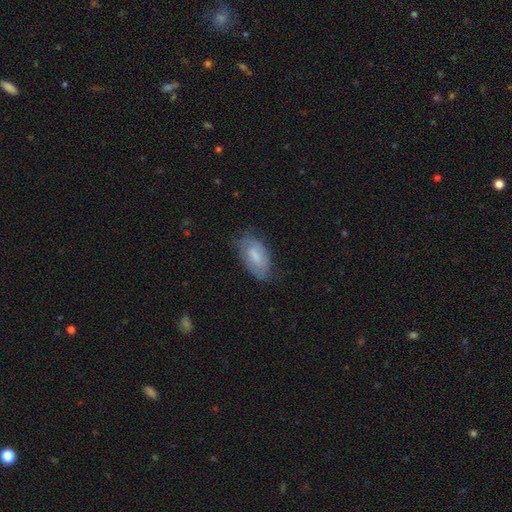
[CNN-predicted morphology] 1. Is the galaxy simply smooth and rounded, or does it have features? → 48% smooth, 45% featured or disk, 7% star or artifact.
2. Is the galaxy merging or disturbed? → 66% none, 25% minor disturbance, 8% major disturbance, 1% merger.